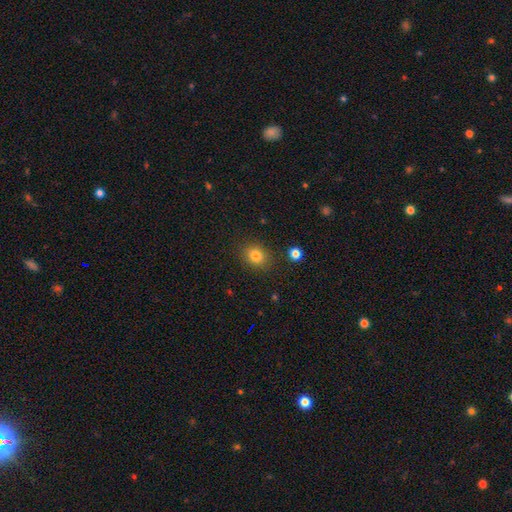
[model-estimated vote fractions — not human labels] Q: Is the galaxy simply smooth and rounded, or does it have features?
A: smooth — 82%.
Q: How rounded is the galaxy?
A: round — 62%.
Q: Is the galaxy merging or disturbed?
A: none — 86%.